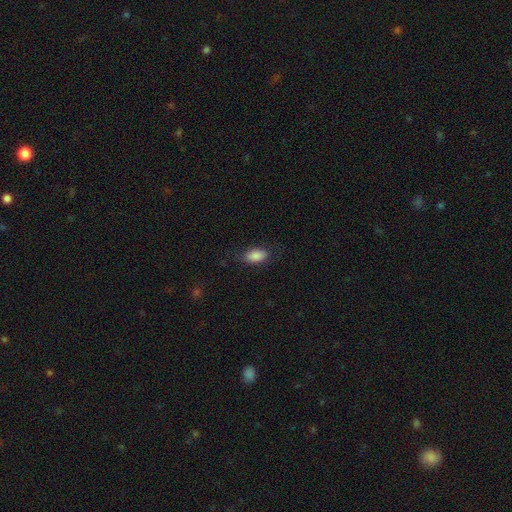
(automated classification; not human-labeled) Smooth or featured? Predicted: smooth (p=0.86). How rounded? Predicted: in between (p=0.92). Merging? Predicted: none (p=0.79).